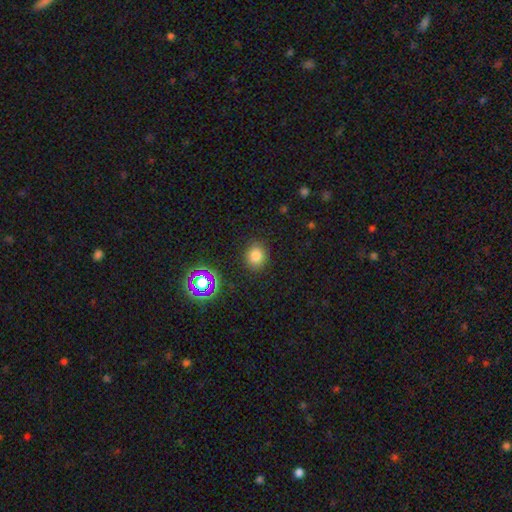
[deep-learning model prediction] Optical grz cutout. It shows a smooth galaxy with no disk features (78%) that is round (72%). Merging: none (87%).